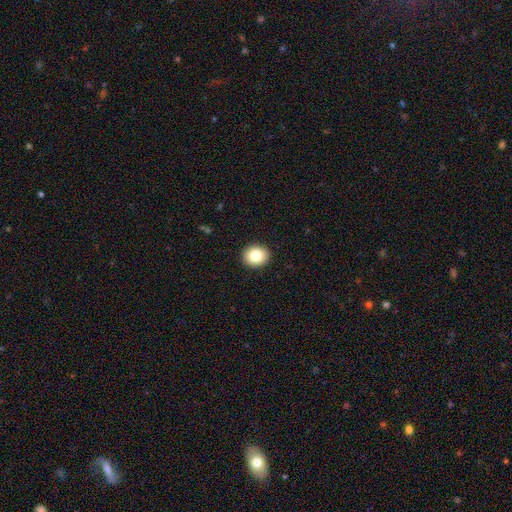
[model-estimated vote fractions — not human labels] A smooth galaxy with no disk features (82%) that is round (72%).

Vote fractions:
- Smooth or featured? smooth: 82% / star or artifact: 9% / featured or disk: 9%
- How rounded? round: 72% / in between: 27% / cigar-shaped: 1%
- Merging? none: 92% / minor disturbance: 5% / major disturbance: 2% / merger: 1%